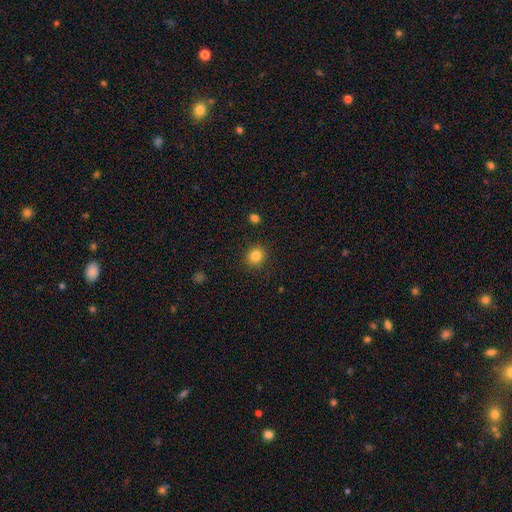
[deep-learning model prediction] This is clearly a smooth galaxy (84%). How rounded: clearly round (84%). Merging: clearly none (89%).